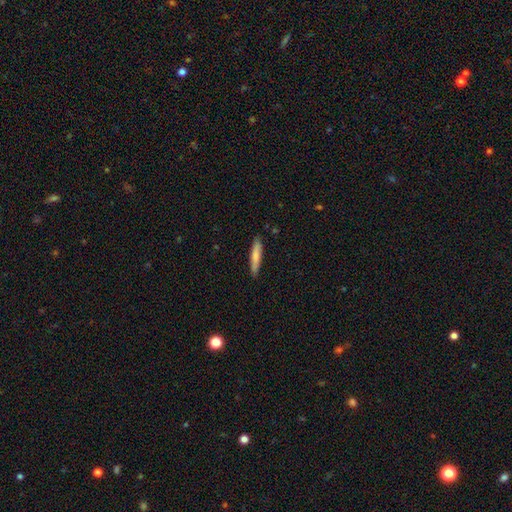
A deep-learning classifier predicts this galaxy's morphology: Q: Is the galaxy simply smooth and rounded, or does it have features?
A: smooth — 75%.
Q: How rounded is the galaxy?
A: cigar-shaped — 89%.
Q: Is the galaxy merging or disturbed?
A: none — 86%.